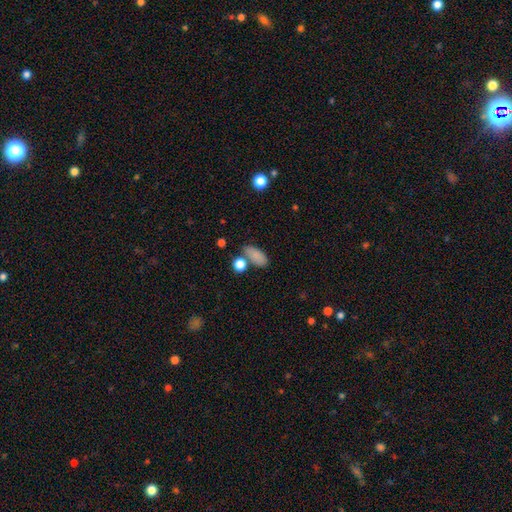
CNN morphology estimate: A smooth galaxy with no disk features (84%) that is in between round and cigar-shaped (85%).

Vote fractions:
- Smooth or featured? smooth: 84% / star or artifact: 9% / featured or disk: 7%
- How rounded? in between: 85% / cigar-shaped: 8% / round: 7%
- Merging? none: 64% / minor disturbance: 16% / merger: 15% / major disturbance: 5%